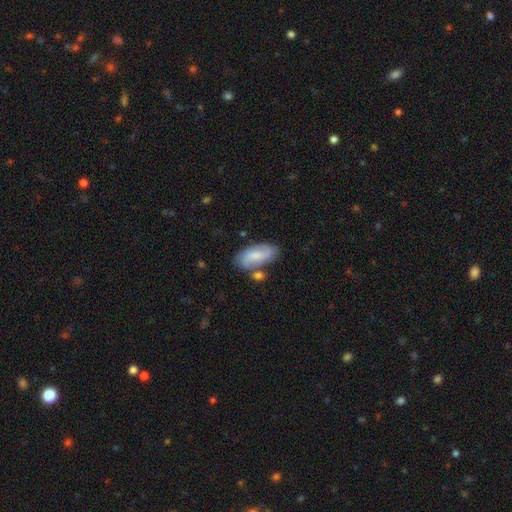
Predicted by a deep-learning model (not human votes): Q: Smooth or featured?
A: featured or disk (54%); runner-up: smooth (39%)
Q: Edge-on disk?
A: no (94%); runner-up: yes (6%)
Q: Bar?
A: weak (46%); runner-up: no (41%)
Q: Spiral arms?
A: yes (90%); runner-up: no (10%)
Q: Bulge size?
A: small (42%); runner-up: moderate (38%)
Q: Merging?
A: none (65%); runner-up: minor disturbance (17%)